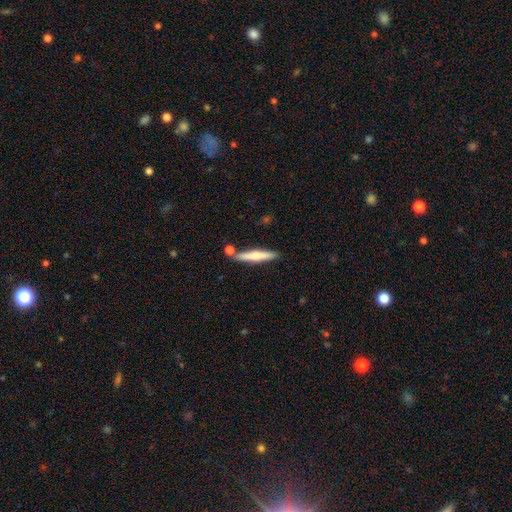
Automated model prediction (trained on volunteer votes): Smooth or featured? Predicted: smooth (p=0.58). How rounded? Predicted: cigar-shaped (p=0.92). Merging? Predicted: none (p=0.80).